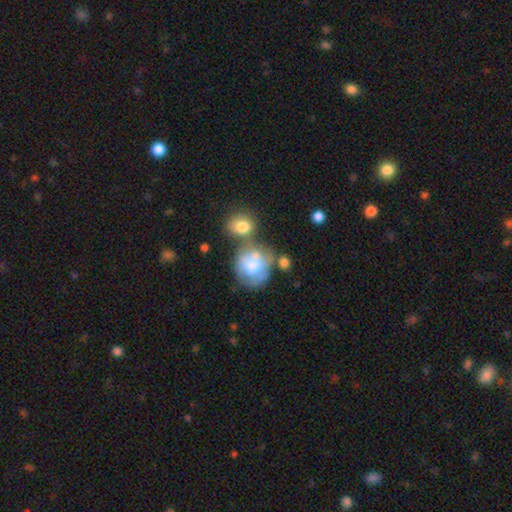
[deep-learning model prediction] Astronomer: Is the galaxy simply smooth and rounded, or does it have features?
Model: smooth — 58% (runner-up: featured or disk, 33%).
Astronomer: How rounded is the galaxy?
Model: round — 69%.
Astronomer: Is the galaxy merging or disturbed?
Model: merger — 33%, tied with none at 33%.